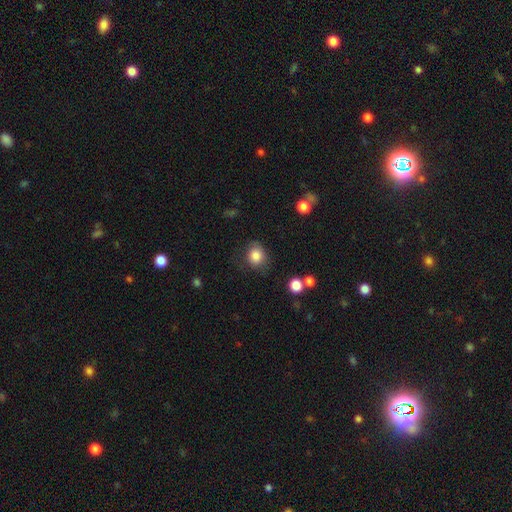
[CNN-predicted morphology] This appears to be a smooth galaxy with no disk features (84%) that is round (69%). Merging: none (72%).